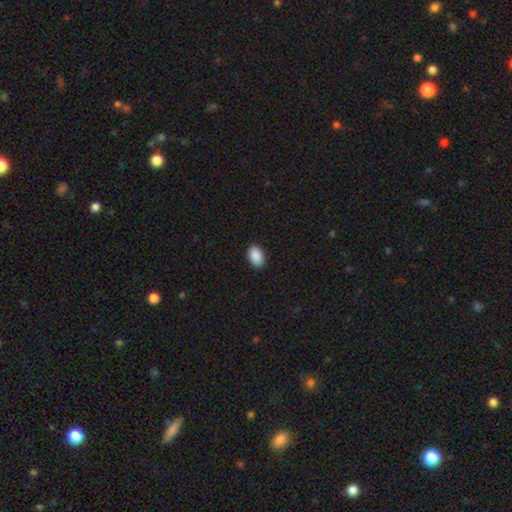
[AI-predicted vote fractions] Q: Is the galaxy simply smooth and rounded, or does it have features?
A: smooth — 90%.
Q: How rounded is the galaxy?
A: in between — 89%.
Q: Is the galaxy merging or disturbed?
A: none — 89%.